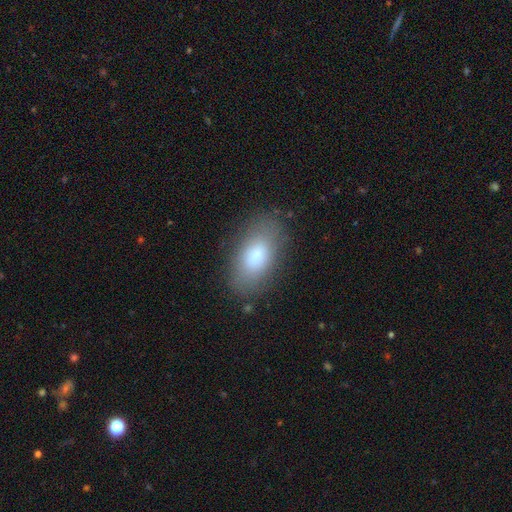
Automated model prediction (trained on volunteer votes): Smooth or featured: smooth — 81% (featured or disk — 12%)
How rounded: in between — 92% (round — 5%)
Merging: none — 82% (minor disturbance — 12%)